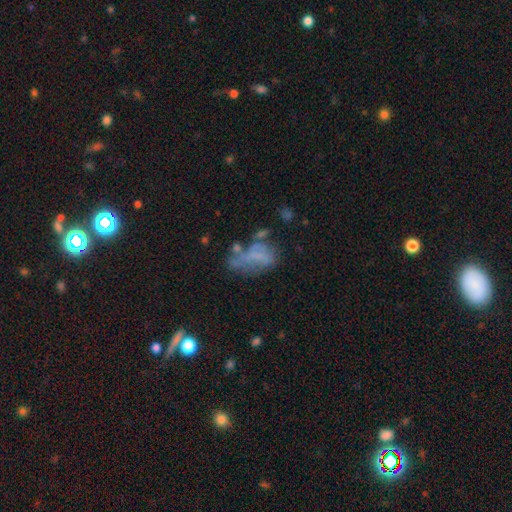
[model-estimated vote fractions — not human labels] This appears to be a featured or disk galaxy (42%). Merging: major disturbance (33%).